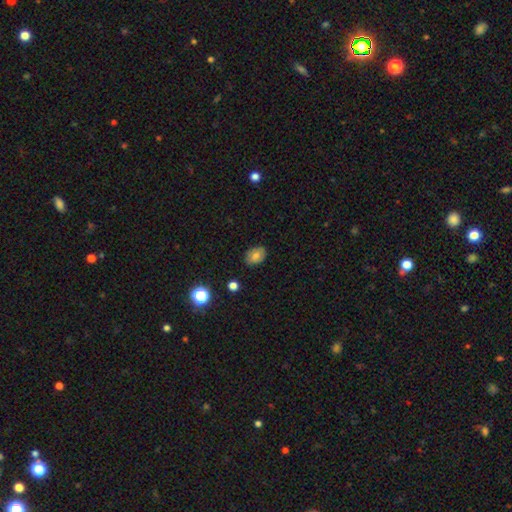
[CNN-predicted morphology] A smooth galaxy with no disk features (70%) that is in between round and cigar-shaped (71%).

Vote fractions:
- Smooth or featured? smooth: 70% / featured or disk: 19% / star or artifact: 11%
- How rounded? in between: 71% / round: 28% / cigar-shaped: 1%
- Merging? none: 85% / minor disturbance: 12% / major disturbance: 2% / merger: 1%